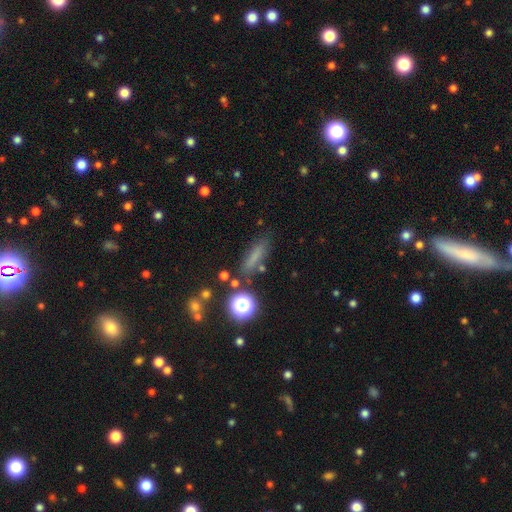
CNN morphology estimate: type=smooth (60%); roundness=cigar-shaped (67%); merging=none (75%).